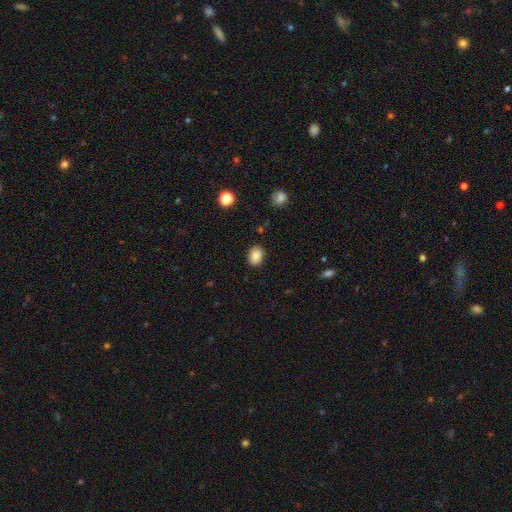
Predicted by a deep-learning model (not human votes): Smooth or featured? Predicted: smooth (p=0.87). How rounded? Predicted: in between (p=0.70). Merging? Predicted: none (p=0.87).